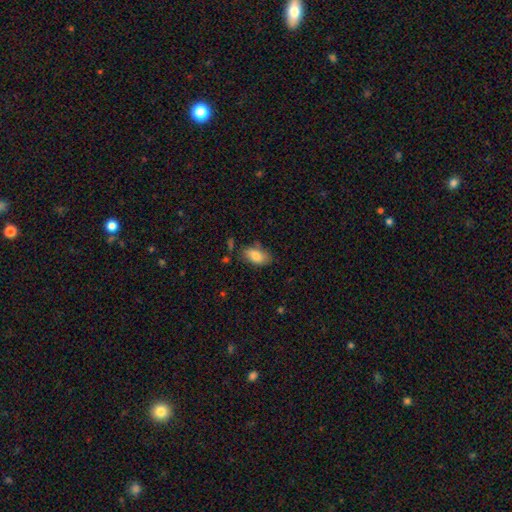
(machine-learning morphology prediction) This is clearly a smooth galaxy (83%). How rounded: clearly in between (92%). Merging: likely none (67%).